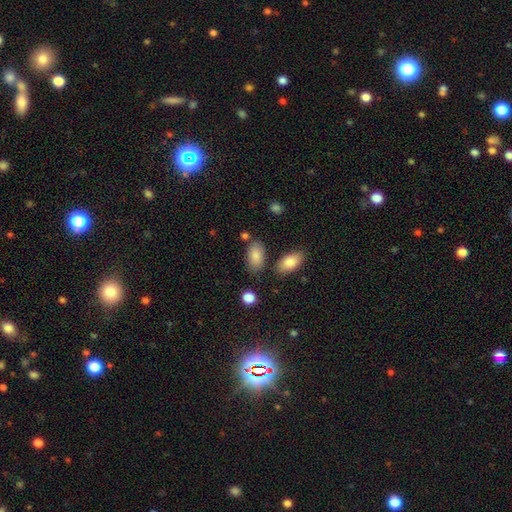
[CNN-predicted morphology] A smooth galaxy with no disk features (85%) that is in between round and cigar-shaped (93%).

Vote fractions:
- Smooth or featured? smooth: 85% / star or artifact: 8% / featured or disk: 7%
- How rounded? in between: 93% / round: 5% / cigar-shaped: 2%
- Merging? none: 74% / minor disturbance: 15% / merger: 8% / major disturbance: 4%